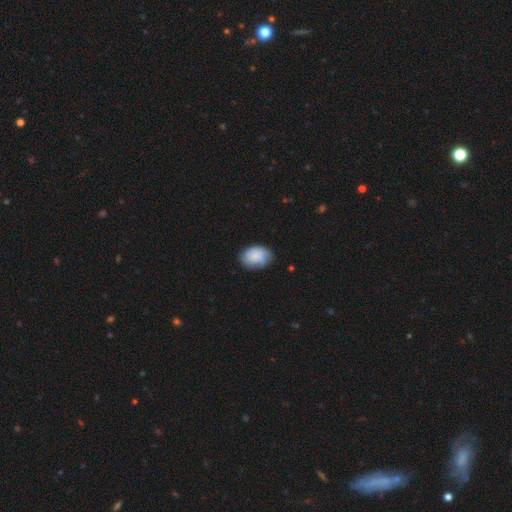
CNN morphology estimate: This appears to be a smooth galaxy with no disk features (82%) that is in between round and cigar-shaped (77%). Merging: none (68%).